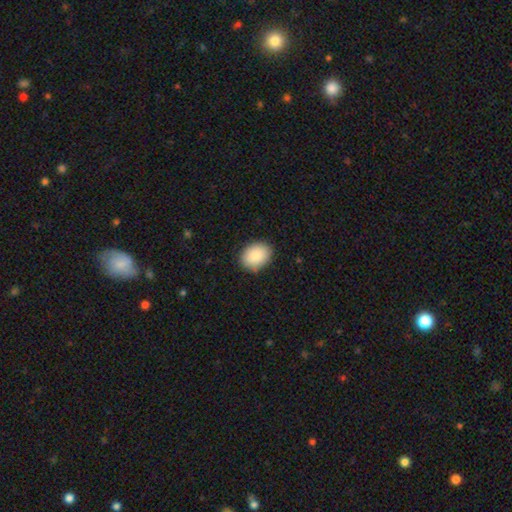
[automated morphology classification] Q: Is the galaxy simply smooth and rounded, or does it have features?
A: smooth — 89%.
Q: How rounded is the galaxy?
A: in between — 71%.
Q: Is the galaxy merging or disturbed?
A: none — 86%.